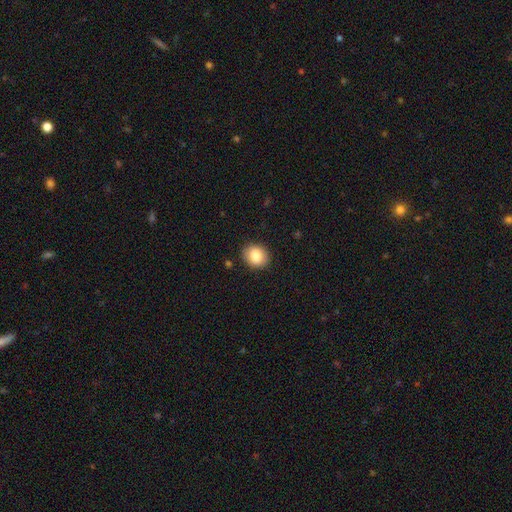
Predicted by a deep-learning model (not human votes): Q: Smooth or featured?
A: smooth (85%); runner-up: star or artifact (8%)
Q: How rounded?
A: round (64%); runner-up: in between (35%)
Q: Merging?
A: none (88%); runner-up: minor disturbance (9%)